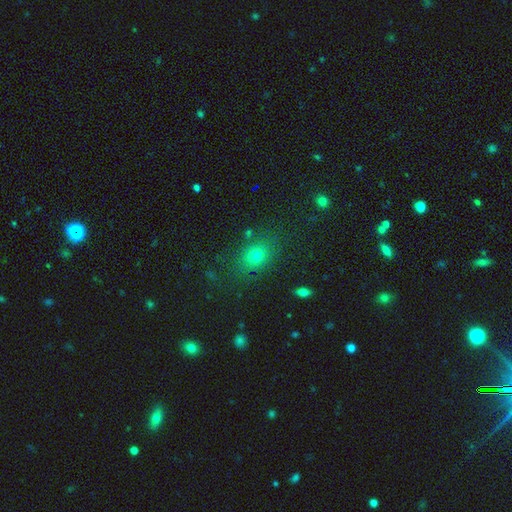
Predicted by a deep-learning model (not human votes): smooth_or_featured: smooth (p=0.72) [alt: star or artifact p=0.17]
how_rounded: in between (p=0.52) [alt: round p=0.46]
merging: none (p=0.80) [alt: minor disturbance p=0.12]